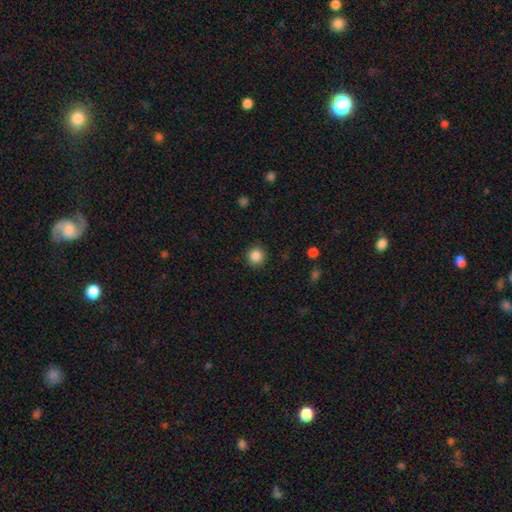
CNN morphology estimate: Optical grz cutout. It shows a smooth galaxy with no disk features (86%) that is round (94%). Merging: none (91%).